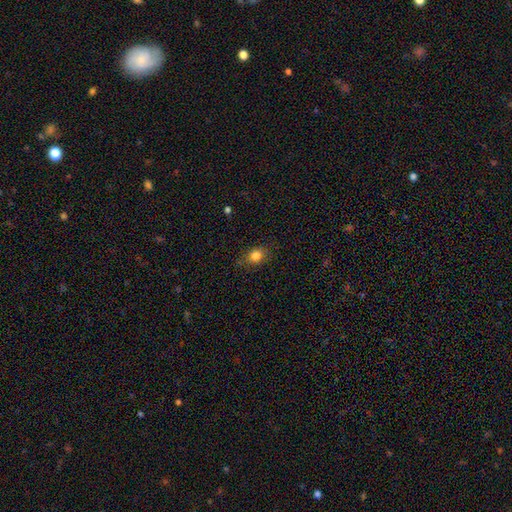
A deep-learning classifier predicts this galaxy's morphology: Q: Smooth or featured?
A: smooth (82%); runner-up: star or artifact (12%)
Q: How rounded?
A: round (57%); runner-up: in between (41%)
Q: Merging?
A: none (81%); runner-up: minor disturbance (14%)